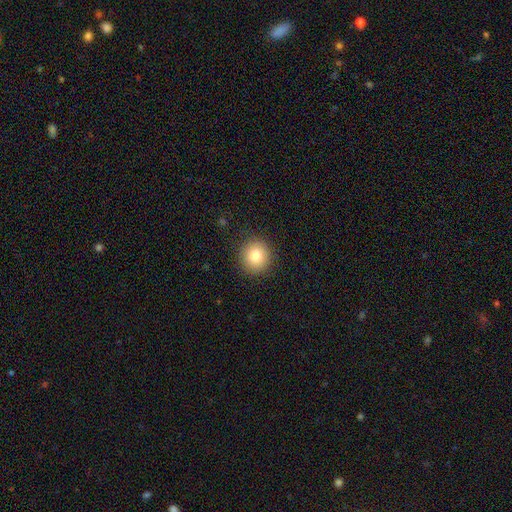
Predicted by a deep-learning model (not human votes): Q: Smooth or featured?
A: smooth (81%); runner-up: star or artifact (10%)
Q: How rounded?
A: round (93%); runner-up: in between (6%)
Q: Merging?
A: none (91%); runner-up: minor disturbance (6%)